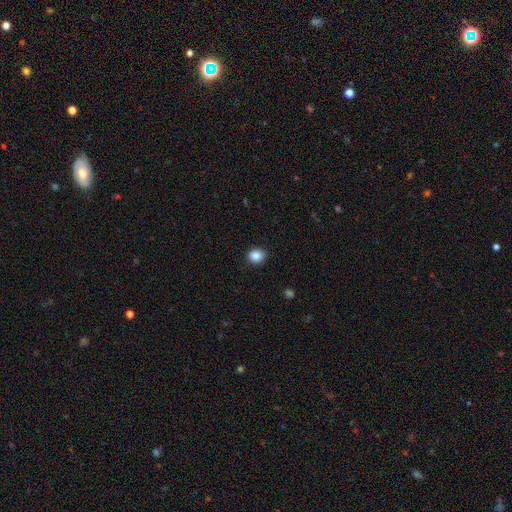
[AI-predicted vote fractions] Overall: smooth (86%). How rounded: round (72%). Merging: none (89%).